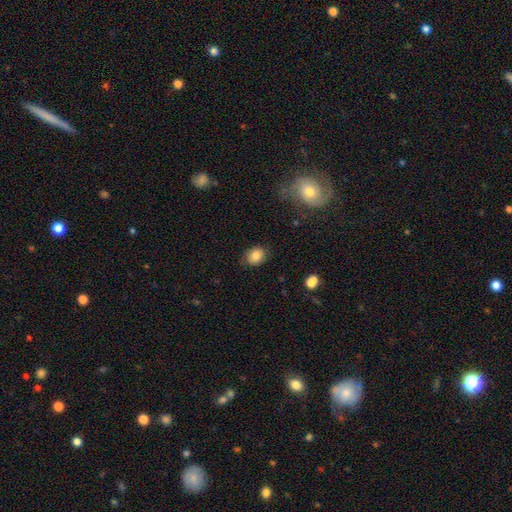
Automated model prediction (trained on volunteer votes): Q: Smooth or featured?
A: smooth (81%); runner-up: star or artifact (10%)
Q: How rounded?
A: round (54%); runner-up: in between (45%)
Q: Merging?
A: none (82%); runner-up: minor disturbance (13%)